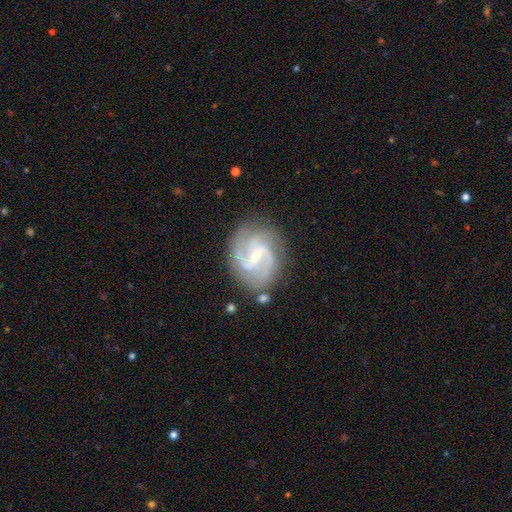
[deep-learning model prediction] A featured or disk galaxy (89%) with a weak bar (54%), 2 (58%) medium (51%) spiral arms (97%) and a small central bulge (72%). Merging: none (76%).